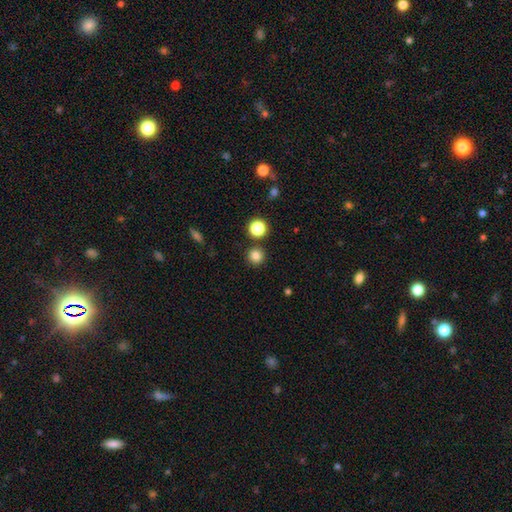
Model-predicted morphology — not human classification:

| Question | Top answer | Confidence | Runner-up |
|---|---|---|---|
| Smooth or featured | smooth | 82% | star or artifact (14%) |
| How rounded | round | 95% | in between (4%) |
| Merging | none | 88% | minor disturbance (6%) |